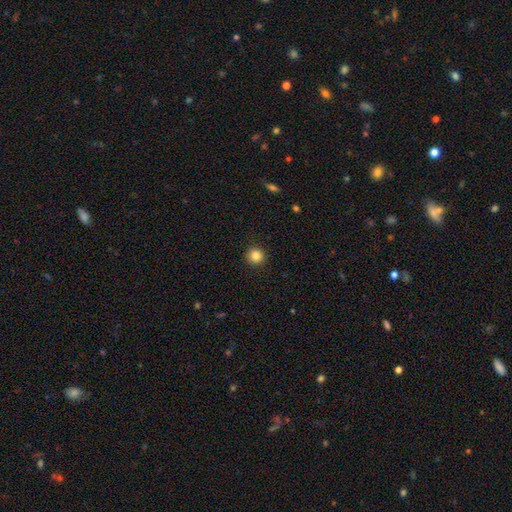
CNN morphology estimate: type=smooth (84%); roundness=round (93%); merging=none (92%).